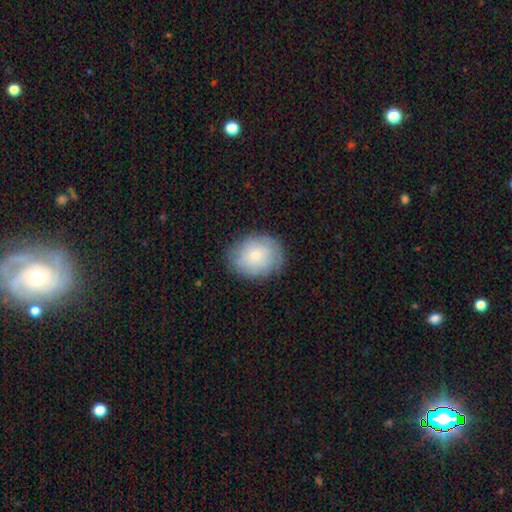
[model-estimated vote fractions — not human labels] Q: Smooth or featured?
A: smooth (67%); runner-up: featured or disk (25%)
Q: How rounded?
A: round (56%); runner-up: in between (43%)
Q: Merging?
A: none (79%); runner-up: minor disturbance (16%)